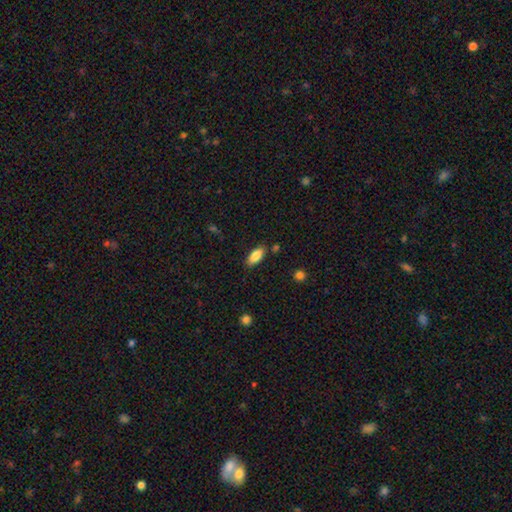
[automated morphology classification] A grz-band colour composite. It shows a smooth galaxy with no disk features (85%) that is in between round and cigar-shaped (85%). Merging: none (83%).